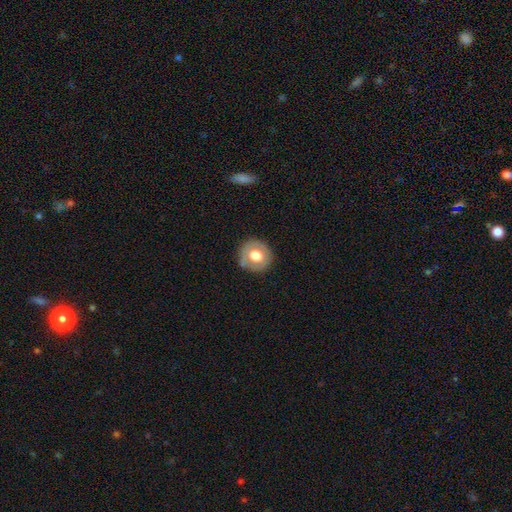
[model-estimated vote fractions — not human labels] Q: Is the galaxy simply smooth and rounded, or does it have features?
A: smooth — 63%.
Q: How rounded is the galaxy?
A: round — 91%.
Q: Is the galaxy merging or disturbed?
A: none — 82%.